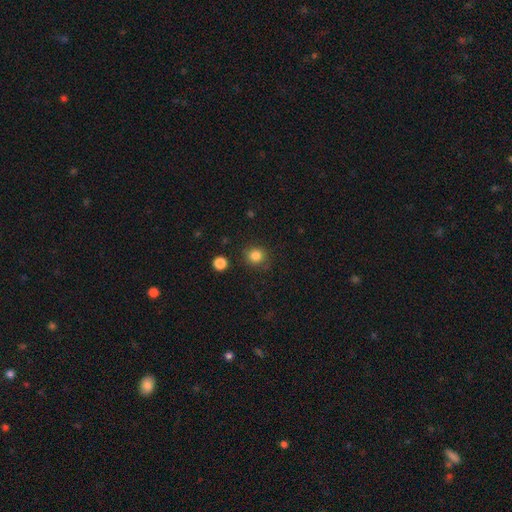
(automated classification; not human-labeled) Smooth or featured?
  - smooth: 84% *
  - star or artifact: 12%
  - featured or disk: 5%
How rounded?
  - round: 89% *
  - in between: 10%
  - cigar-shaped: 1%
Merging?
  - none: 85% *
  - minor disturbance: 9%
  - major disturbance: 3%
  - merger: 3%